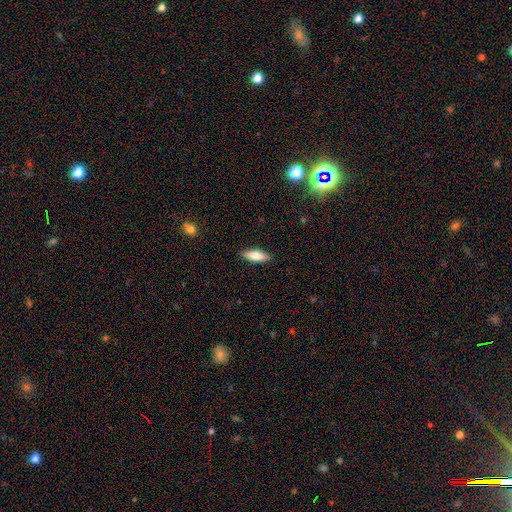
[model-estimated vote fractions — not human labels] Smooth or featured: smooth — 74% (featured or disk — 20%)
How rounded: in between — 57% (cigar-shaped — 41%)
Merging: none — 89% (minor disturbance — 8%)